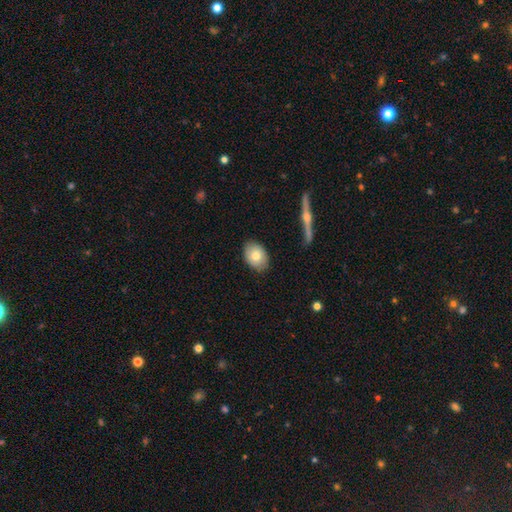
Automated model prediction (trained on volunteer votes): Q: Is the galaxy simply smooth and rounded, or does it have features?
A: smooth — 76%.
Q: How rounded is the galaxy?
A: in between — 78%.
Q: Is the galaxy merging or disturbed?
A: none — 86%.